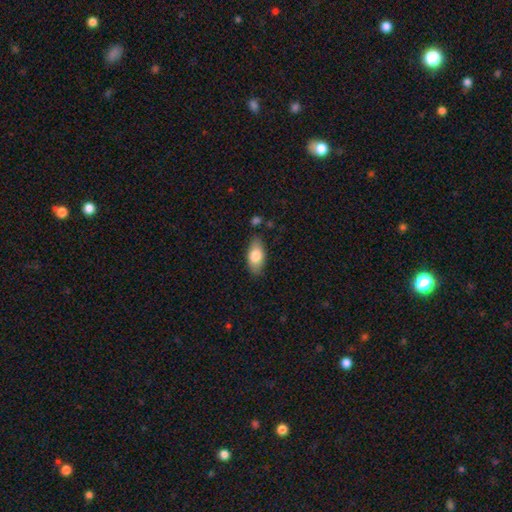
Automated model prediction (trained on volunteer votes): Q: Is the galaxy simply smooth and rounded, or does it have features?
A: smooth — 79%.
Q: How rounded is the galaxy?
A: in between — 90%.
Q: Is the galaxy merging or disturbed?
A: none — 79%.